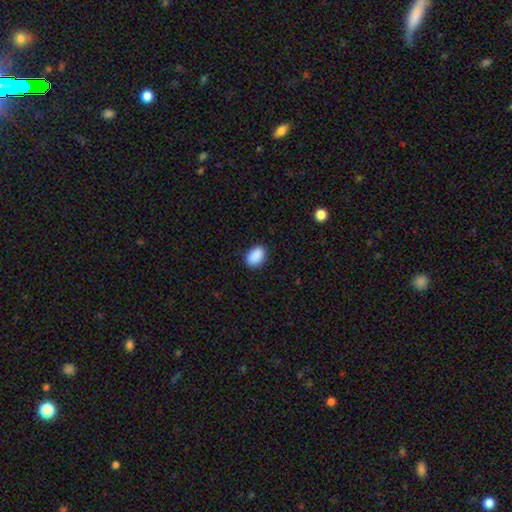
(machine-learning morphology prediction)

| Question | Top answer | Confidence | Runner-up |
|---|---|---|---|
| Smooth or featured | smooth | 90% | star or artifact (7%) |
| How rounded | in between | 85% | round (14%) |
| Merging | none | 85% | minor disturbance (12%) |